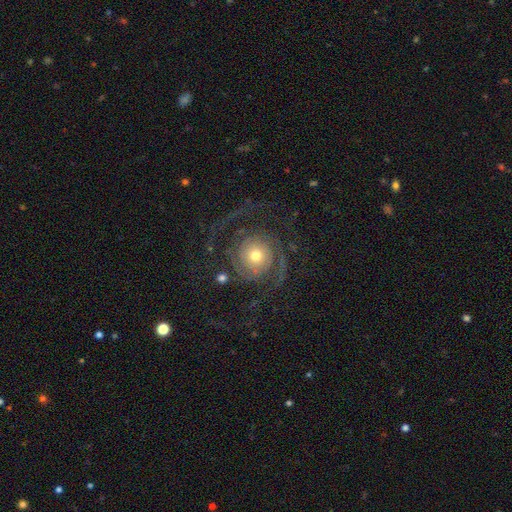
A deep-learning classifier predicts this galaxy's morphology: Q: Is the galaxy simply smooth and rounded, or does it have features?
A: featured or disk — 83%.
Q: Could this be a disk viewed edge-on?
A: no — 98%.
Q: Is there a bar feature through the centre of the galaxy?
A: no — 79%.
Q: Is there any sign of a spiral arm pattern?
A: yes — 95%.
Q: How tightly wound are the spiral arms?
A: tight — 39%.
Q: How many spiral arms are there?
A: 2 — 57%.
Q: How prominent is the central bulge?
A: moderate — 58%.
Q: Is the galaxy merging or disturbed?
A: none — 64%.